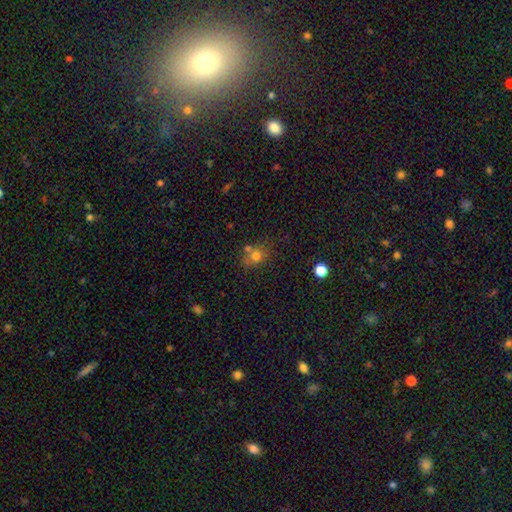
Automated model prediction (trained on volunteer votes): Q: Smooth or featured?
A: smooth (73%); runner-up: star or artifact (15%)
Q: How rounded?
A: round (62%); runner-up: in between (36%)
Q: Merging?
A: none (56%); runner-up: merger (22%)